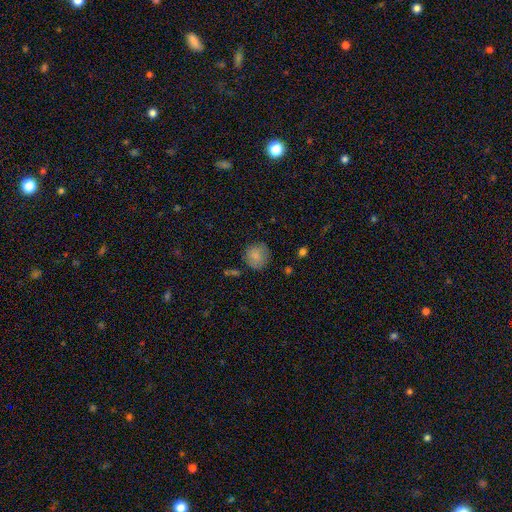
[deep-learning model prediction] A smooth galaxy with no disk features (81%) that is round (87%).

Vote fractions:
- Smooth or featured? smooth: 81% / featured or disk: 10% / star or artifact: 9%
- How rounded? round: 87% / in between: 12% / cigar-shaped: 1%
- Merging? none: 75% / minor disturbance: 17% / major disturbance: 5% / merger: 3%